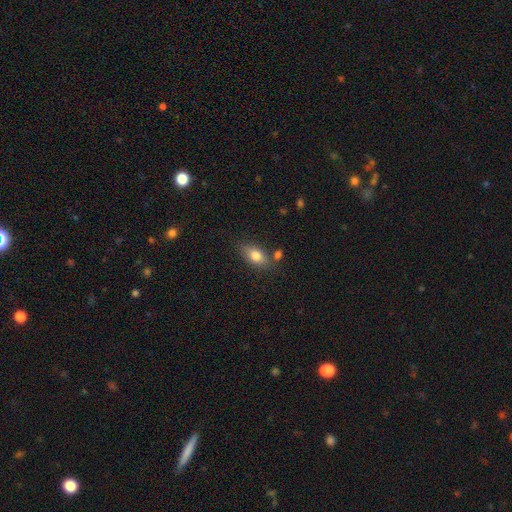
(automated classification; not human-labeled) Overall: smooth (78%). How rounded: in between (86%). Merging: none (71%).